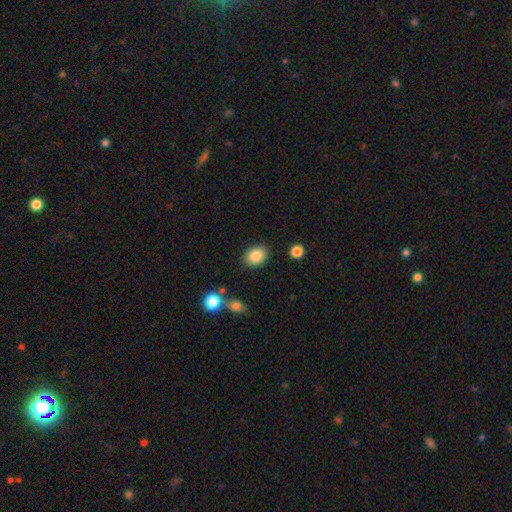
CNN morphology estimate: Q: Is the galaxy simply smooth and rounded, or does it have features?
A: smooth — 86%.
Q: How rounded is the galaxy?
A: in between — 70%.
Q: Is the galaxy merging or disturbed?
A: none — 85%.